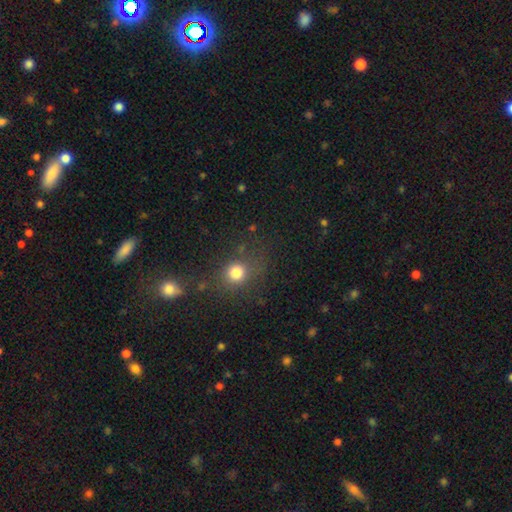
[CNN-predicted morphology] The model was most divided on "smooth or featured": smooth: 53%, star or artifact: 38%, featured or disk: 8%. More confident: how rounded — round (81%); merging — none (65%).